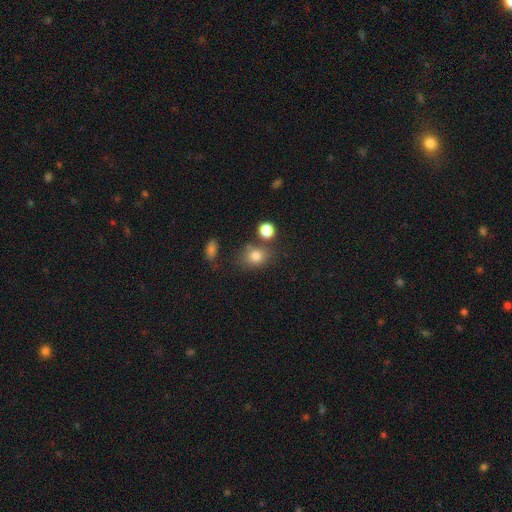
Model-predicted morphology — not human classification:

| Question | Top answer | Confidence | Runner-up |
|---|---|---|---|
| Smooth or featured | smooth | 79% | star or artifact (12%) |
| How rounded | round | 57% | in between (41%) |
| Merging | none | 64% | minor disturbance (15%) |